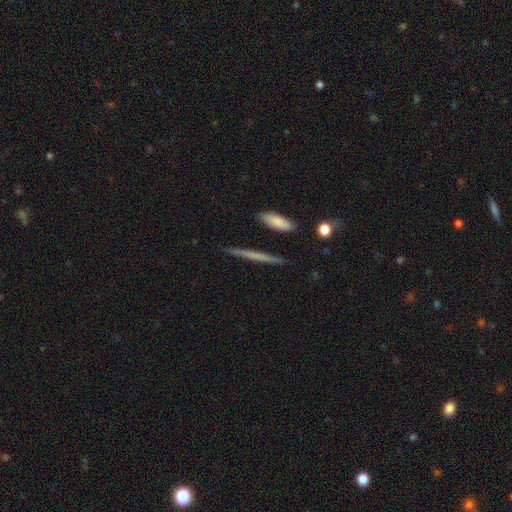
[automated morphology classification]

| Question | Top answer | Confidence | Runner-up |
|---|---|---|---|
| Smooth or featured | smooth | 52% | featured or disk (41%) |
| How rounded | cigar-shaped | 94% | in between (4%) |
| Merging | none | 88% | minor disturbance (8%) |